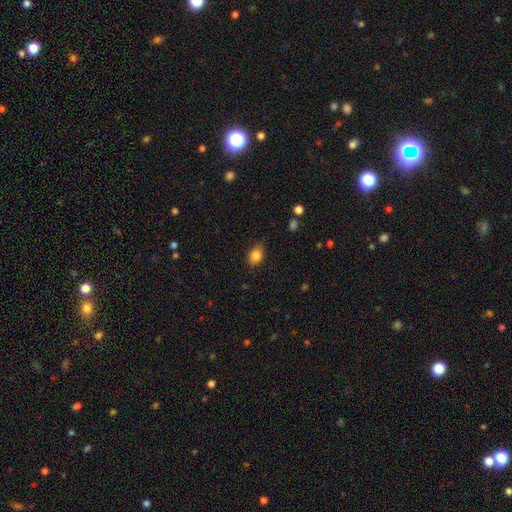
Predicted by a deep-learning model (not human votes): Morphology: type=smooth (85%); roundness=in between (70%); merging=none (80%).